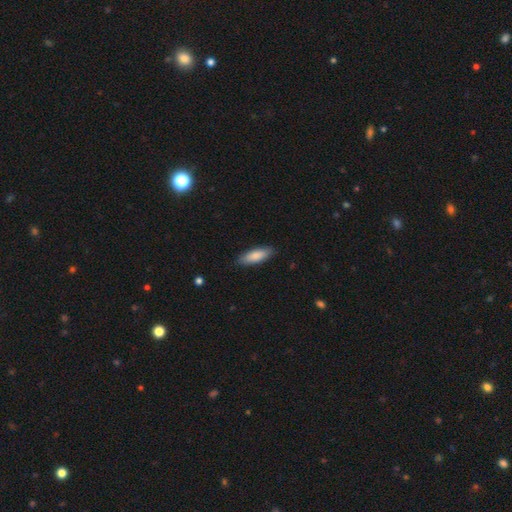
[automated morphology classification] type=smooth (84%); roundness=in between (60%); merging=none (85%).